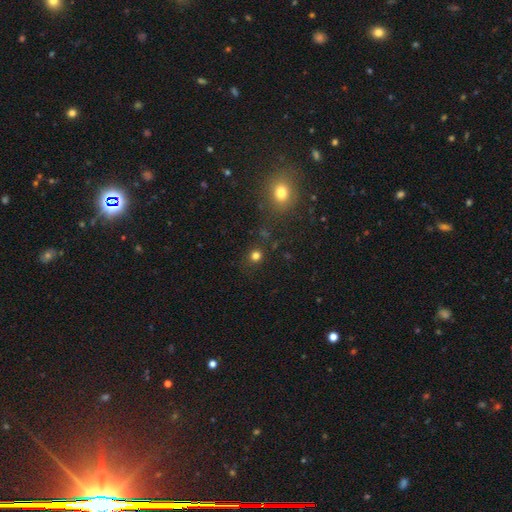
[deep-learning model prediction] Q: Smooth or featured?
A: smooth (75%); runner-up: star or artifact (20%)
Q: How rounded?
A: round (89%); runner-up: in between (10%)
Q: Merging?
A: none (85%); runner-up: minor disturbance (8%)